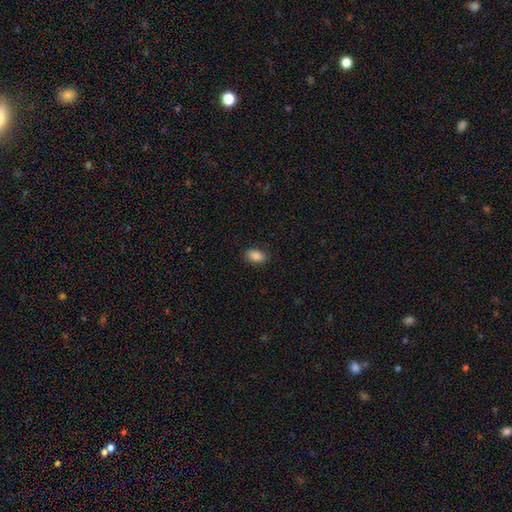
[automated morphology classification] A smooth galaxy with no disk features (87%) that is in between round and cigar-shaped (90%).

Vote fractions:
- Smooth or featured? smooth: 87% / star or artifact: 8% / featured or disk: 5%
- How rounded? in between: 90% / round: 7% / cigar-shaped: 2%
- Merging? none: 87% / minor disturbance: 9% / major disturbance: 2% / merger: 1%